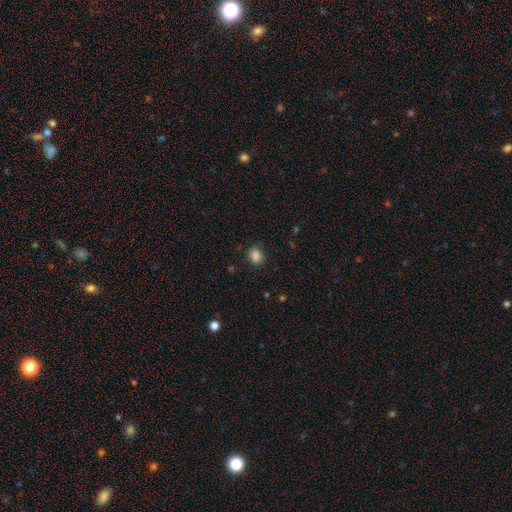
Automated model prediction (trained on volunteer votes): Overall: smooth (86%). How rounded: in between (54%; round 45%). Merging: none (85%).